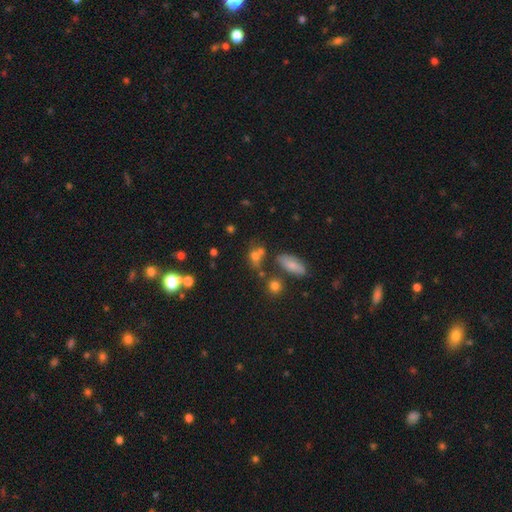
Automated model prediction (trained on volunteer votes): smooth_or_featured: smooth (p=0.71) [alt: star or artifact p=0.16]
how_rounded: in between (p=0.60) [alt: round p=0.34]
merging: none (p=0.47) [alt: merger p=0.28]